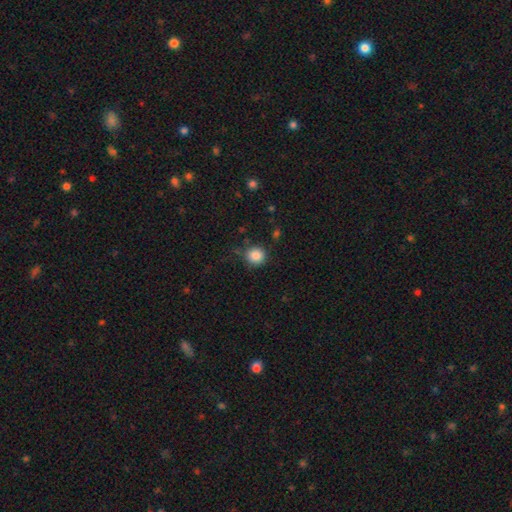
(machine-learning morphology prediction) smooth 85%, star or artifact 10%, featured or disk 5%. Down the decision tree: how rounded — round (93%); merging — none (82%).